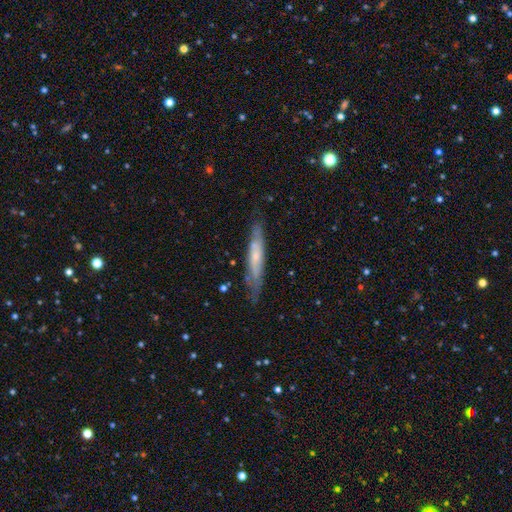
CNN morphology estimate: smooth_or_featured: featured or disk (p=0.54) [alt: smooth p=0.40]
disk_edge_on: yes (p=0.65) [alt: no p=0.35]
merging: none (p=0.74) [alt: minor disturbance p=0.19]